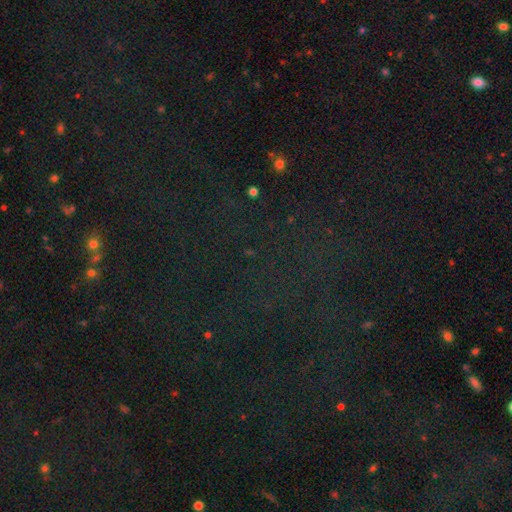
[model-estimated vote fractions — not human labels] Overall: star or artifact (77%).